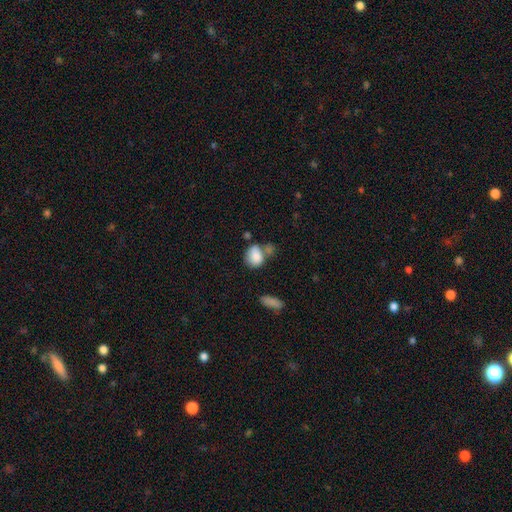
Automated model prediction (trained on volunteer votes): Smooth or featured? Predicted: smooth (p=0.82). How rounded? Predicted: in between (p=0.58). Merging? Predicted: none (p=0.41).